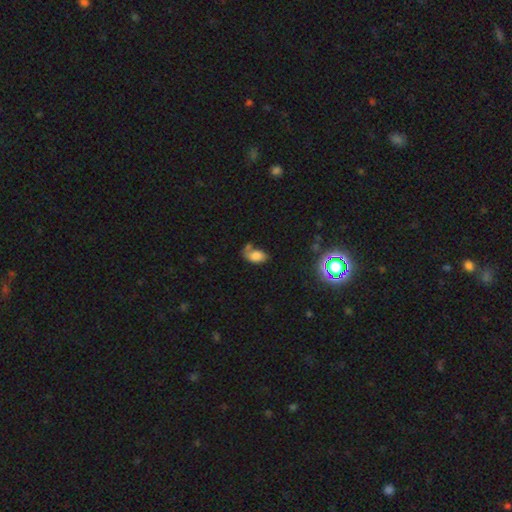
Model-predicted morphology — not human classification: Overall: smooth (65%). How rounded: in between (89%). Merging: none (37%; minor disturbance 24%).